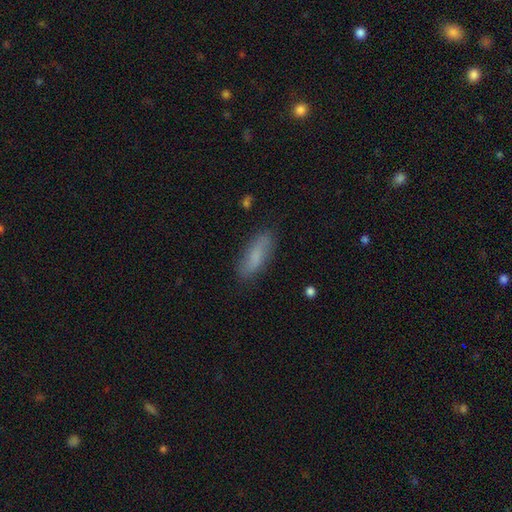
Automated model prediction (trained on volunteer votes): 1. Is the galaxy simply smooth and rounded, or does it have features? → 74% smooth, 18% featured or disk, 8% star or artifact.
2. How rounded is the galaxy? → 56% in between, 42% cigar-shaped, 2% round.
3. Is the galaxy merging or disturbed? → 80% none, 15% minor disturbance, 3% major disturbance, 2% merger.